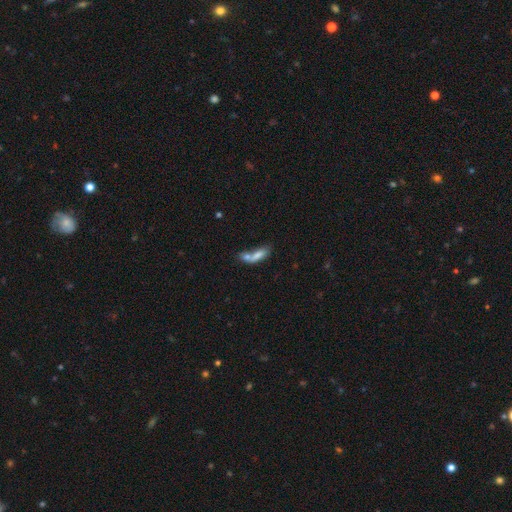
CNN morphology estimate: smooth 71%, featured or disk 20%, star or artifact 9%. Down the decision tree: how rounded — in between (57%); merging — merger (57%).